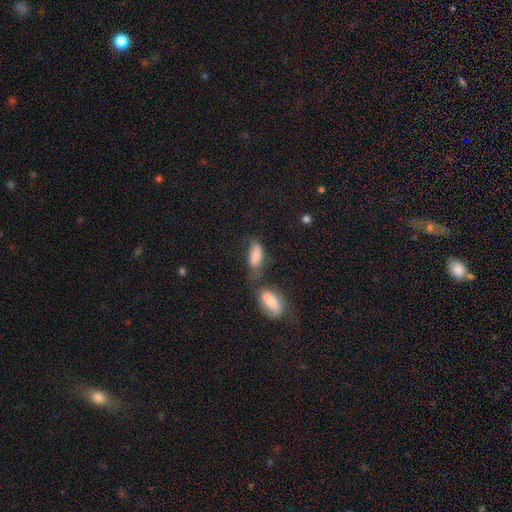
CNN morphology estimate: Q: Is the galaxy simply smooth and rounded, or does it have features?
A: smooth — 81%.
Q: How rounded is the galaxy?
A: in between — 83%.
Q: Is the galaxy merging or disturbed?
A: merger — 41%.